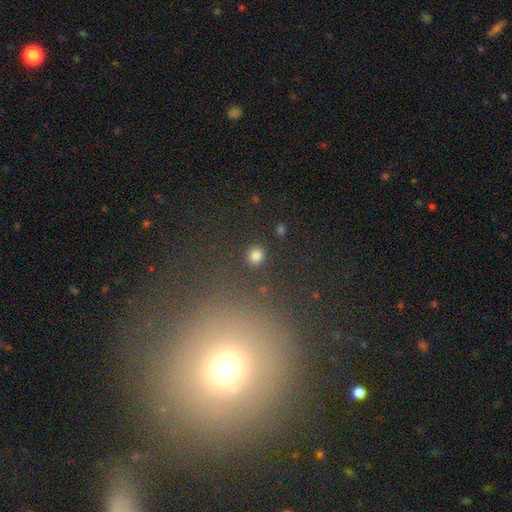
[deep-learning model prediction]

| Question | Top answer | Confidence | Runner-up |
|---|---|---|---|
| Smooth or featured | smooth | 82% | star or artifact (13%) |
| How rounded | round | 87% | in between (12%) |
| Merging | none | 90% | minor disturbance (5%) |